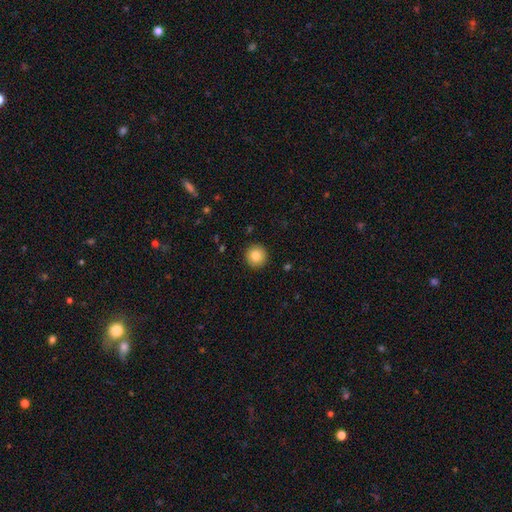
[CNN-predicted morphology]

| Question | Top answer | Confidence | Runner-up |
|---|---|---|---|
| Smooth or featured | smooth | 83% | star or artifact (9%) |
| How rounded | round | 95% | in between (4%) |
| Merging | none | 92% | minor disturbance (5%) |